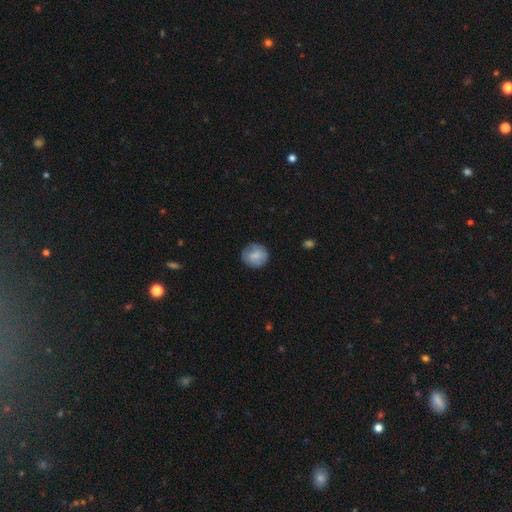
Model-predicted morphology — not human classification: This is likely a smooth galaxy (77%). How rounded: clearly round (84%). Merging: likely none (77%).